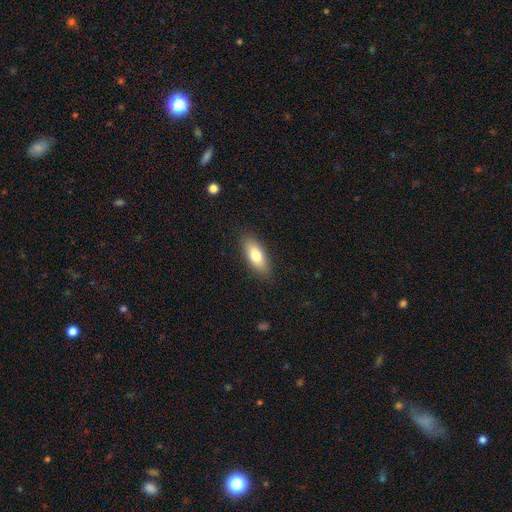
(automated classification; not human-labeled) smooth-or-featured: smooth: 75% | featured or disk: 18% | star or artifact: 7%
  how-rounded: in between: 75% | cigar-shaped: 22% | round: 3%
  merging: none: 87% | minor disturbance: 10% | major disturbance: 2% | merger: 1%